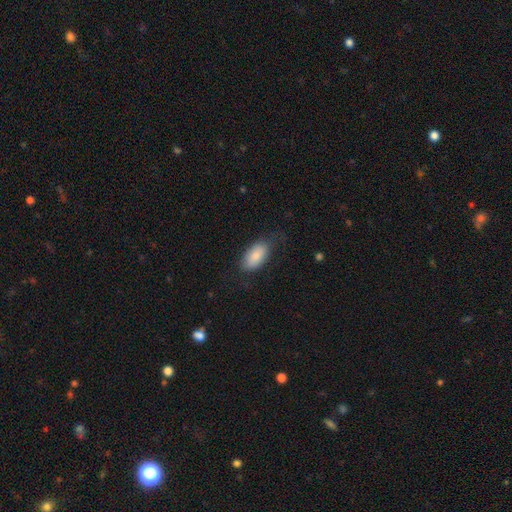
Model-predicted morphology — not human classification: smooth 84%, featured or disk 10%, star or artifact 6%. Down the decision tree: how rounded — in between (93%); merging — none (69%).